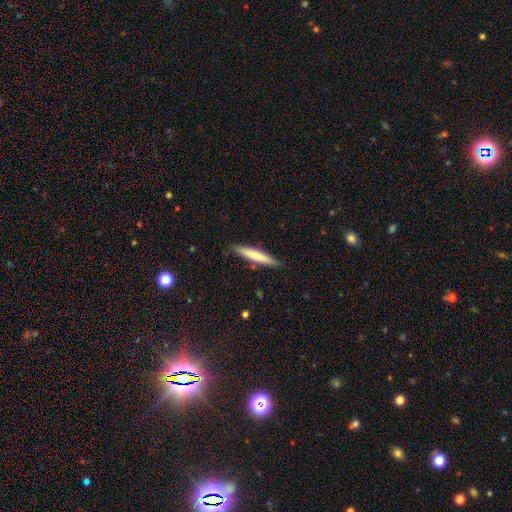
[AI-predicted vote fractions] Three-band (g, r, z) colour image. It shows a smooth galaxy with no disk features (64%) that is cigar-shaped (91%). Merging: none (88%).